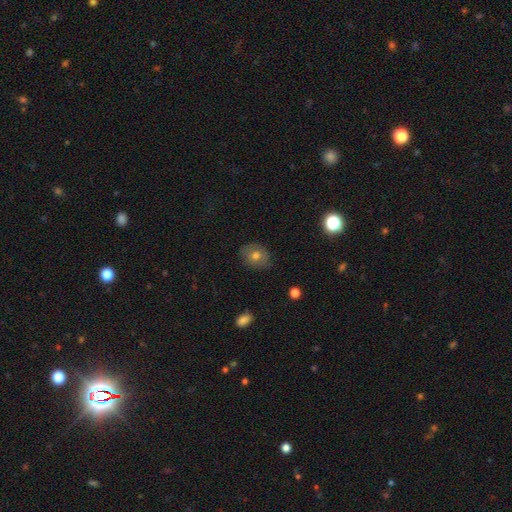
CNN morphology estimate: This is likely a smooth galaxy (67%). How rounded: possibly round (53%). Merging: likely none (78%).